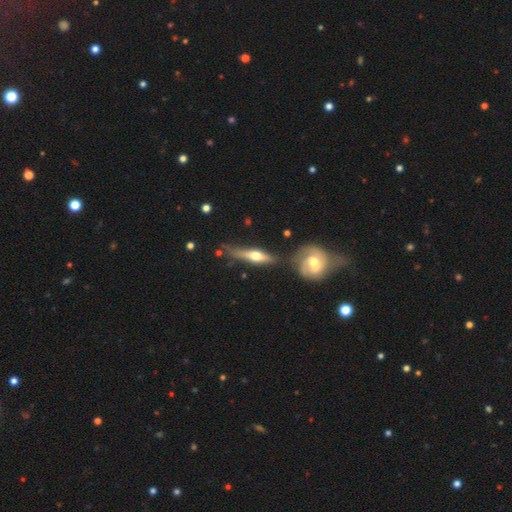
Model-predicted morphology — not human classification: Smooth or featured?
  - featured or disk: 60% *
  - smooth: 34%
  - star or artifact: 6%
Edge-on disk?
  - yes: 83% *
  - no: 17%
Edge-on bulge?
  - rounded: 92% *
  - boxy: 4%
  - none: 4%
Merging?
  - none: 52% *
  - minor disturbance: 23%
  - merger: 15%
  - major disturbance: 10%